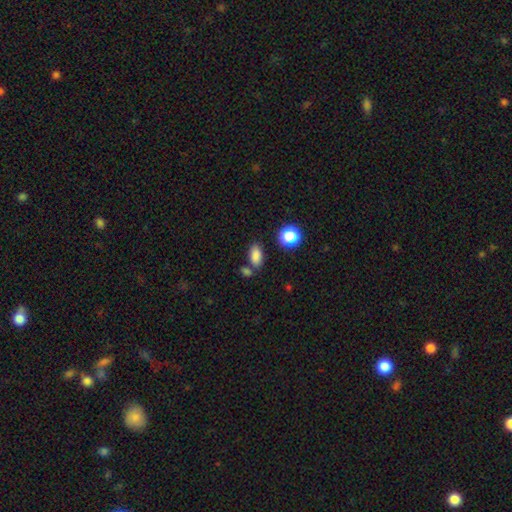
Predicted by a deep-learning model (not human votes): A smooth galaxy with no disk features (84%) that is in between round and cigar-shaped (87%).

Vote fractions:
- Smooth or featured? smooth: 84% / star or artifact: 11% / featured or disk: 5%
- How rounded? in between: 87% / round: 10% / cigar-shaped: 4%
- Merging? none: 69% / merger: 14% / minor disturbance: 13% / major disturbance: 4%